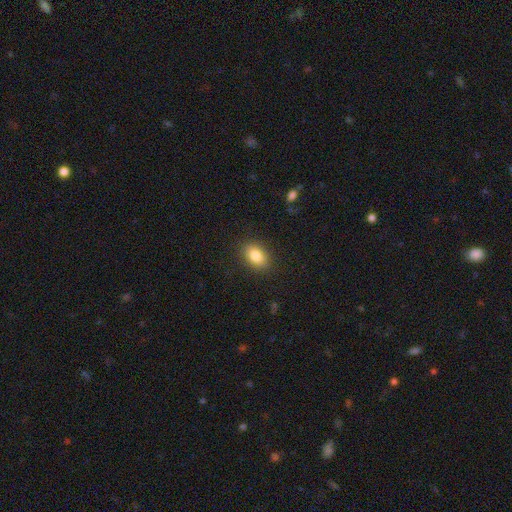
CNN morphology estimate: A smooth galaxy with no disk features (84%) that is in between round and cigar-shaped (84%).

Vote fractions:
- Smooth or featured? smooth: 84% / star or artifact: 8% / featured or disk: 7%
- How rounded? in between: 84% / round: 14% / cigar-shaped: 2%
- Merging? none: 87% / minor disturbance: 9% / major disturbance: 3% / merger: 1%